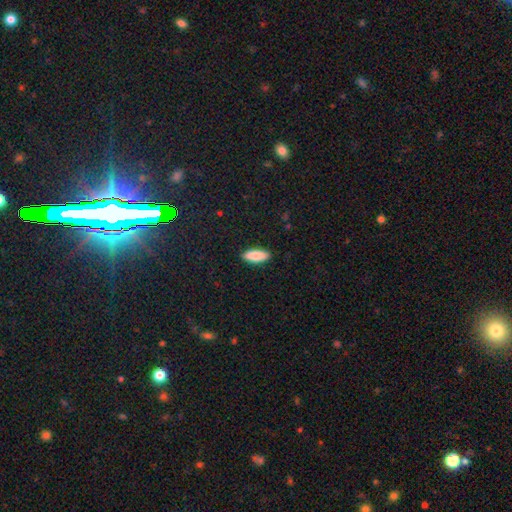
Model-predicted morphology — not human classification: smooth-or-featured: smooth: 87% | featured or disk: 7% | star or artifact: 6%
  how-rounded: in between: 70% | cigar-shaped: 28% | round: 2%
  merging: none: 90% | minor disturbance: 8% | major disturbance: 2% | merger: 1%